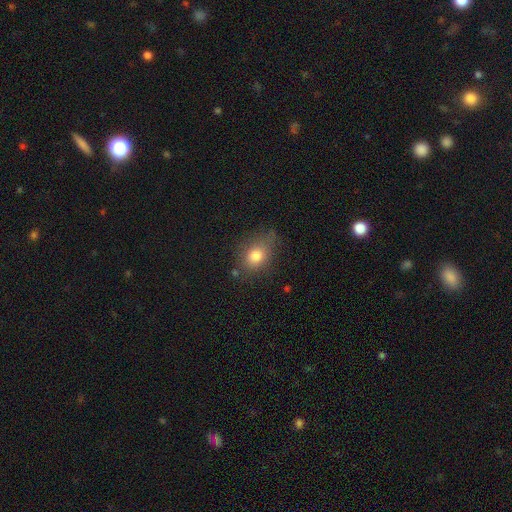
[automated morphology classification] Smooth or featured? smooth (78%)
How rounded? in between (58%)
Merging? none (67%)